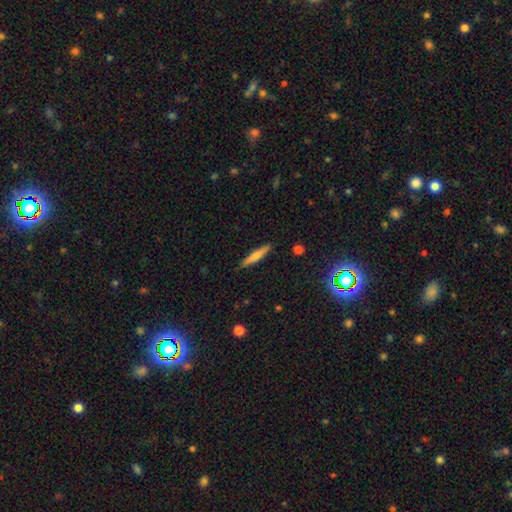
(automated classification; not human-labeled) Smooth or featured? Predicted: smooth (p=0.63). How rounded? Predicted: cigar-shaped (p=0.91). Merging? Predicted: none (p=0.90).